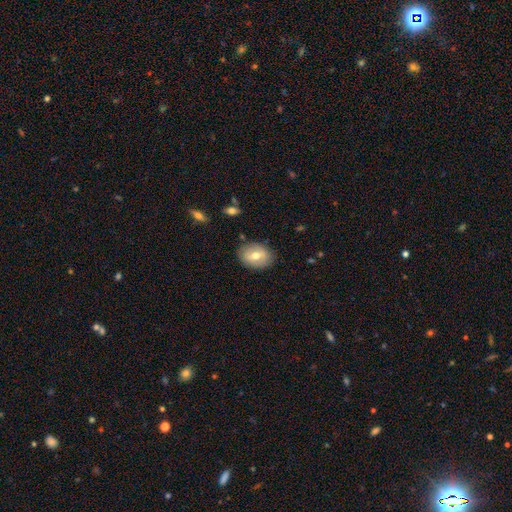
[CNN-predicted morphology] smooth-or-featured: smooth: 57% | featured or disk: 35% | star or artifact: 8%
  how-rounded: in between: 70% | round: 29% | cigar-shaped: 1%
  merging: none: 83% | minor disturbance: 12% | major disturbance: 3% | merger: 1%